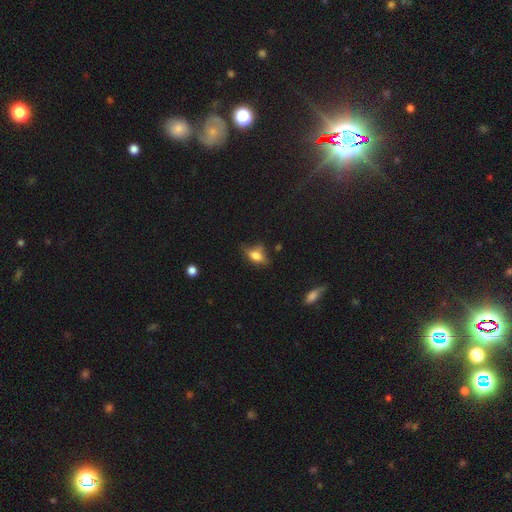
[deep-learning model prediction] Smooth or featured: smooth — 62% (featured or disk — 27%)
How rounded: in between — 79% (cigar-shaped — 12%)
Merging: none — 52% (minor disturbance — 29%)